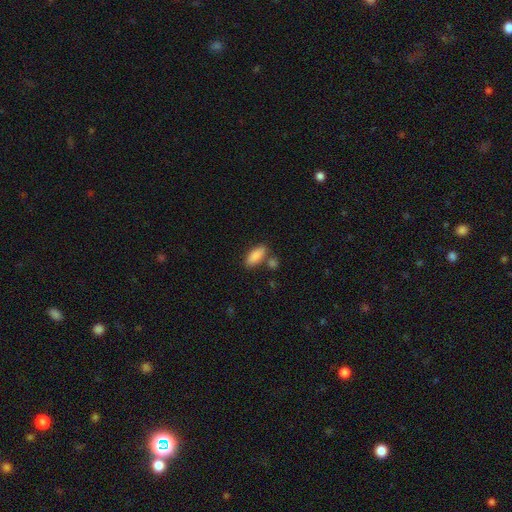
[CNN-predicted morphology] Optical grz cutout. It shows a smooth galaxy with no disk features (88%) that is in between round and cigar-shaped (82%). Merging: none (71%).